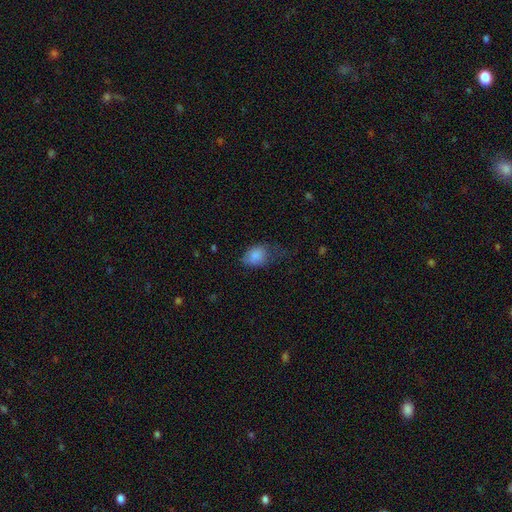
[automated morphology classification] type=smooth (83%); roundness=in between (75%); merging=none (37%).